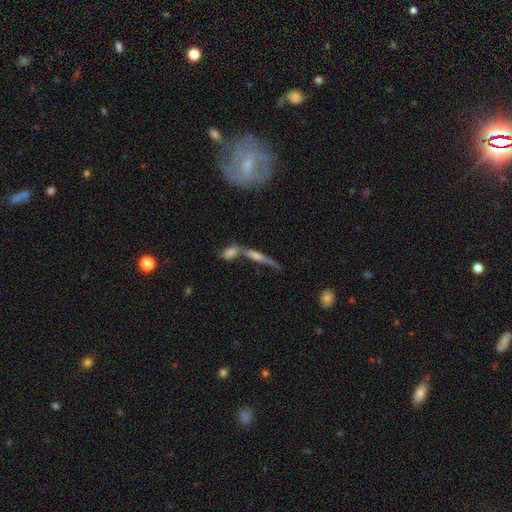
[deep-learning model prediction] Overall: featured or disk (61%; smooth 24%). Edge-on disk: yes (75%). Merging: none (63%).